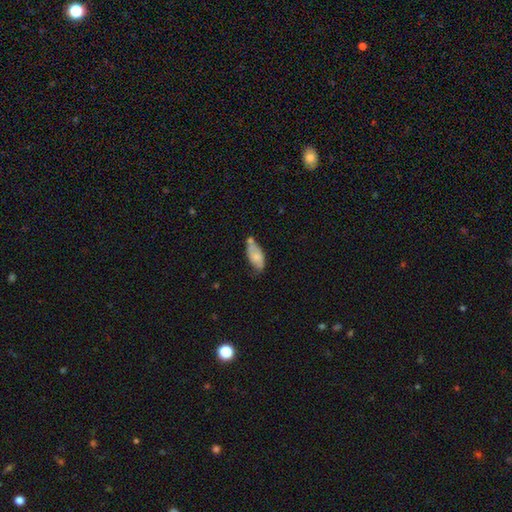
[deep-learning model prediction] Overall: smooth (65%; featured or disk 29%). How rounded: in between (88%). Merging: none (40%; minor disturbance 32%).